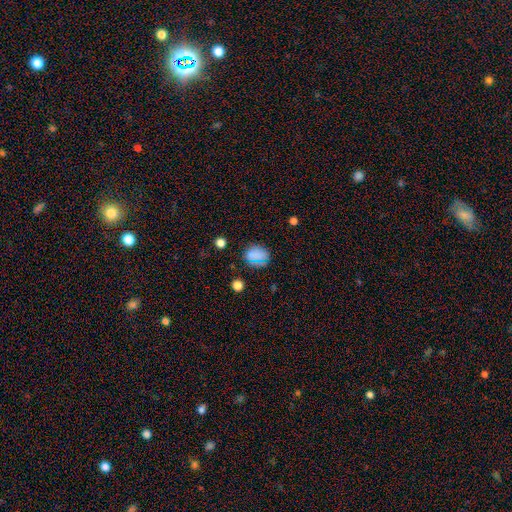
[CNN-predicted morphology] Smooth or featured? smooth (75%)
How rounded? in between (49%, tied with round)
Merging? none (76%)